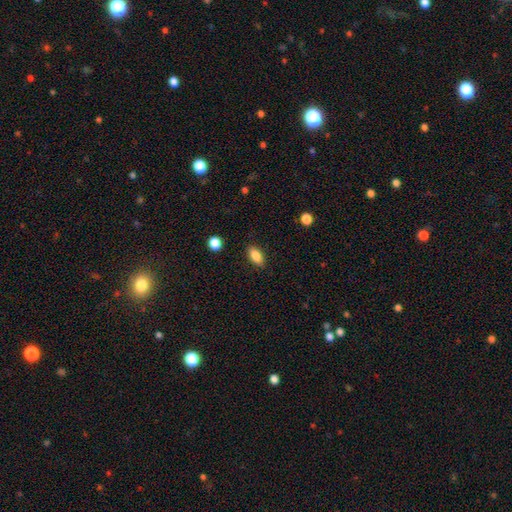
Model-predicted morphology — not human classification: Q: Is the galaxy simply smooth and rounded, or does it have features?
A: smooth — 86%.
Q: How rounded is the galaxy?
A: in between — 87%.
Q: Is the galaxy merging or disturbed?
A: none — 87%.